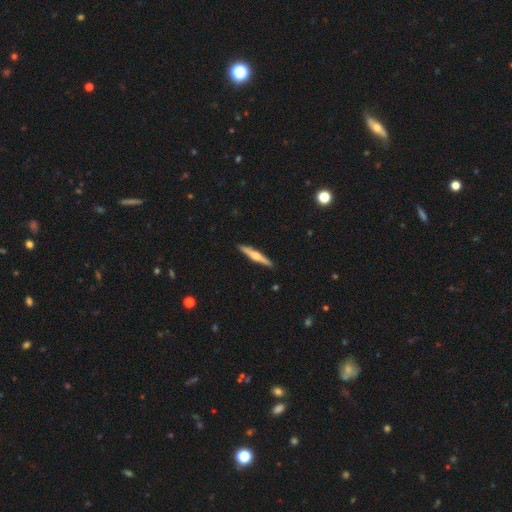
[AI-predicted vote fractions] A featured or disk galaxy (65%) viewed edge-on (98%) with a rounded central bulge (87%).

Vote fractions:
- Smooth or featured? featured or disk: 65% / smooth: 30% / star or artifact: 5%
- Edge-on disk? yes: 98% / no: 2%
- Edge-on bulge? rounded: 87% / boxy: 8% / none: 5%
- Merging? none: 91% / minor disturbance: 7% / major disturbance: 1% / merger: 1%